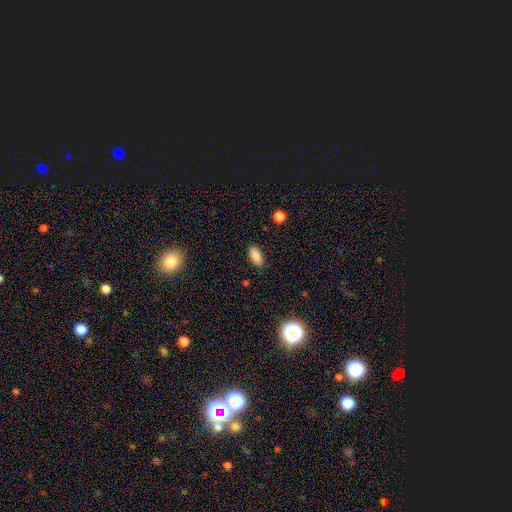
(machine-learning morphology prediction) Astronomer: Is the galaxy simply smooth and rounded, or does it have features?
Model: smooth — 86%.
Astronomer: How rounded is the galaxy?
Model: in between — 89%.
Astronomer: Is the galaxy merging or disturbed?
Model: none — 87%.